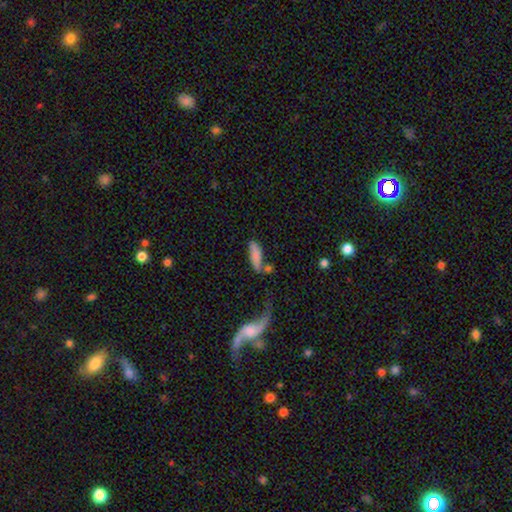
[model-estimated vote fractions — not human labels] A smooth galaxy with no disk features (78%) that is in between round and cigar-shaped (52%). Merging: none (44%).